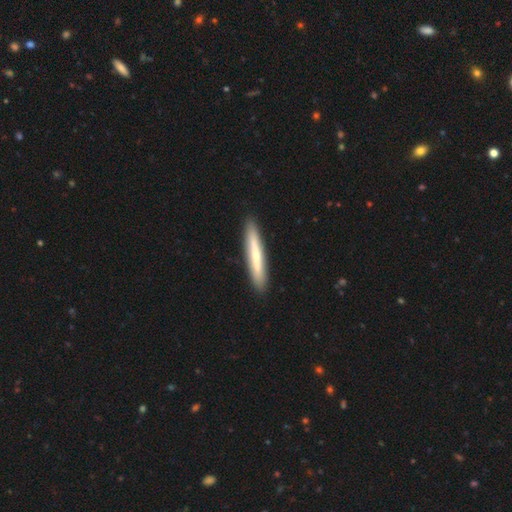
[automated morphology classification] A smooth galaxy with no disk features (57%) that is cigar-shaped (94%).

Vote fractions:
- Smooth or featured? smooth: 57% / featured or disk: 37% / star or artifact: 5%
- How rounded? cigar-shaped: 94% / in between: 5% / round: 1%
- Merging? none: 91% / minor disturbance: 7% / major disturbance: 1% / merger: 1%